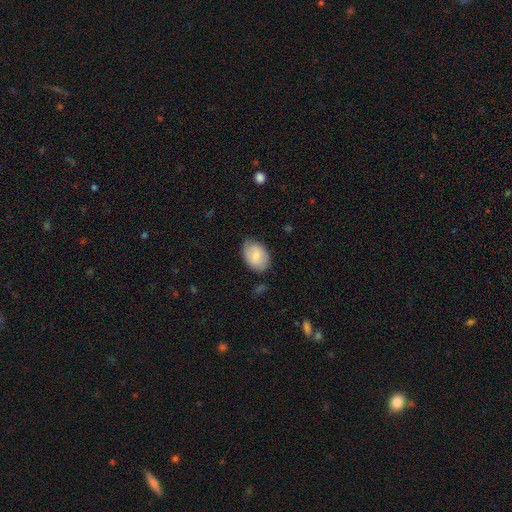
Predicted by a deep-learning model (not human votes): Smooth or featured?
  - smooth: 72% *
  - featured or disk: 22%
  - star or artifact: 6%
How rounded?
  - in between: 82% *
  - round: 17%
  - cigar-shaped: 1%
Merging?
  - none: 70% *
  - minor disturbance: 24%
  - major disturbance: 4%
  - merger: 2%